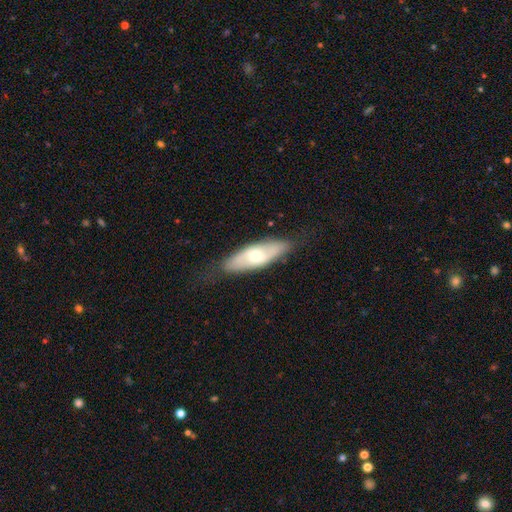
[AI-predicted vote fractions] Overall: smooth (51%; featured or disk 44%). How rounded: in between (60%; cigar-shaped 37%). Merging: none (75%).